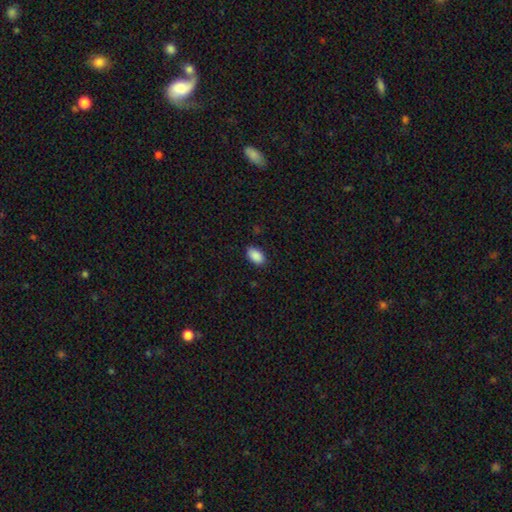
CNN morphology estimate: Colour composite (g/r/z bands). It shows a smooth galaxy with no disk features (90%) that is in between round and cigar-shaped (93%). Merging: none (86%).